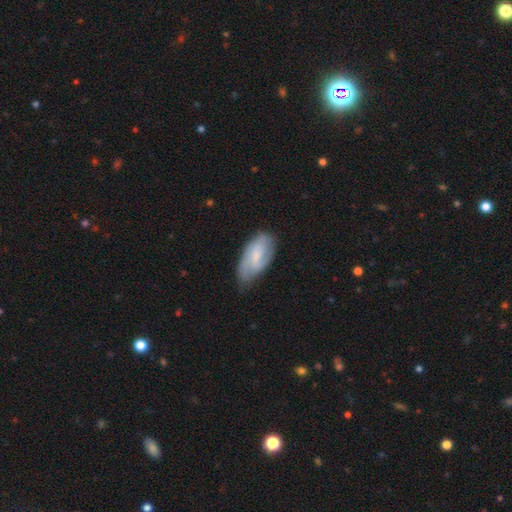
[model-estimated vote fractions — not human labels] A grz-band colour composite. It shows a featured or disk galaxy (47%). Merging: none (60%).